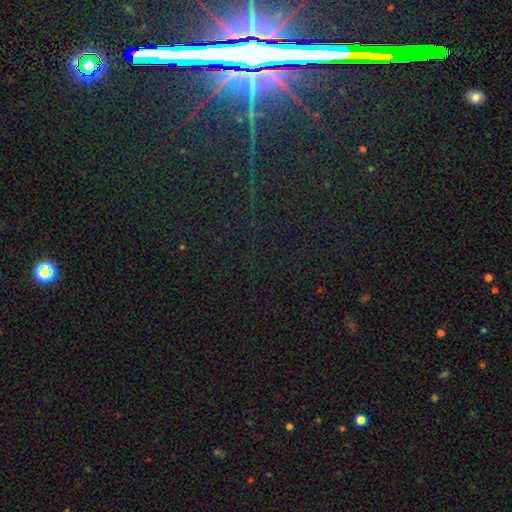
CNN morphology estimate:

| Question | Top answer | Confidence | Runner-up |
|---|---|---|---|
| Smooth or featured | star or artifact | 81% | featured or disk (10%) |